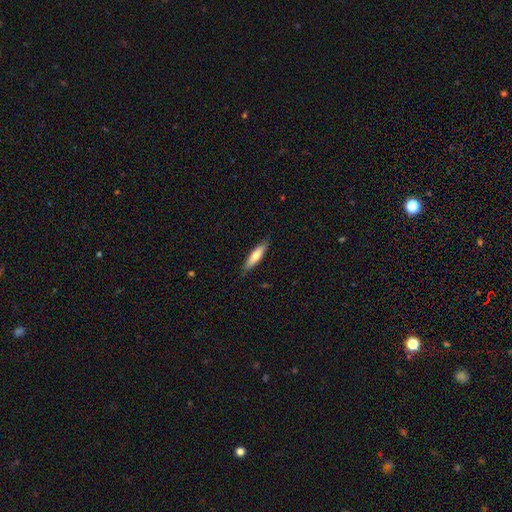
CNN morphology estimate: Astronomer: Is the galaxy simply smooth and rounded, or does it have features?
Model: smooth — 66%.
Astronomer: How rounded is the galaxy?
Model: cigar-shaped — 75%.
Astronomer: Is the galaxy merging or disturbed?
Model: none — 86%.